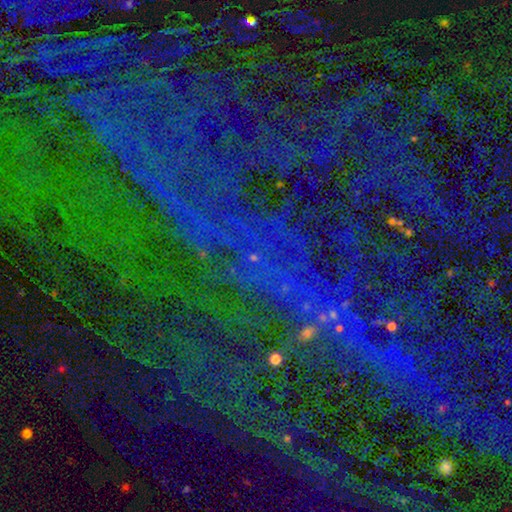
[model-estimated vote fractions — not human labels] Q: Smooth or featured?
A: star or artifact (84%); runner-up: featured or disk (9%)